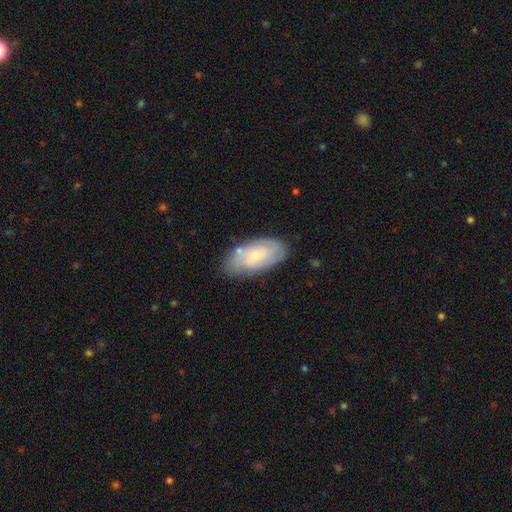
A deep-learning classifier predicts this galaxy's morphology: This is possibly a smooth galaxy (59%). How rounded: clearly in between (92%). Merging: likely none (71%).